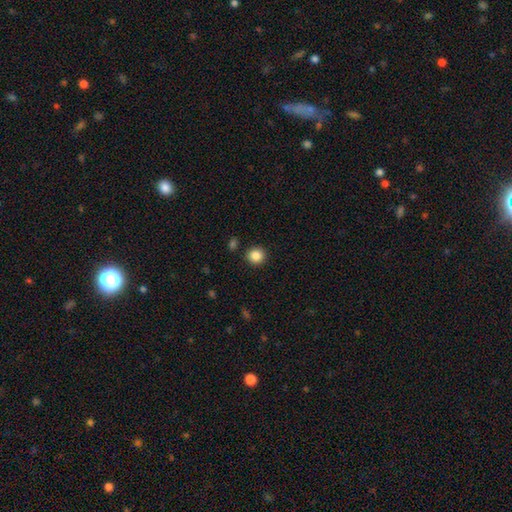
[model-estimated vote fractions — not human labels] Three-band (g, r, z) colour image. It shows a smooth galaxy with no disk features (86%) that is round (92%). Merging: none (90%).